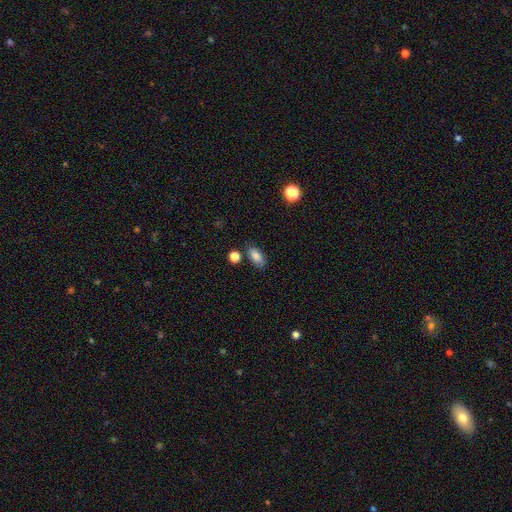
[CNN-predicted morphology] smooth_or_featured: smooth (p=0.84) [alt: star or artifact p=0.09]
how_rounded: in between (p=0.88) [alt: round p=0.06]
merging: none (p=0.76) [alt: minor disturbance p=0.15]